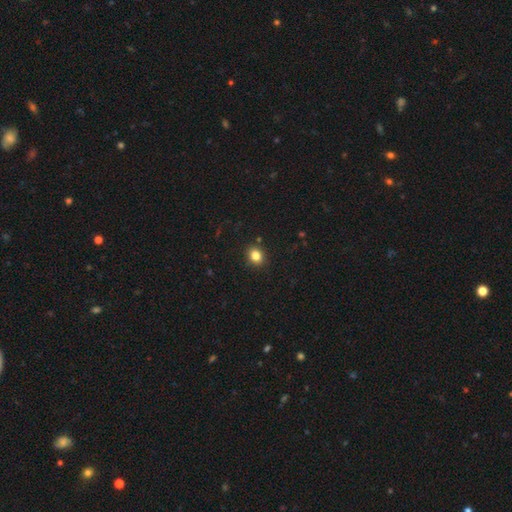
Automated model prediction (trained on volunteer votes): smooth_or_featured: smooth (p=0.83) [alt: star or artifact p=0.12]
how_rounded: round (p=0.63) [alt: in between p=0.36]
merging: none (p=0.89) [alt: minor disturbance p=0.08]